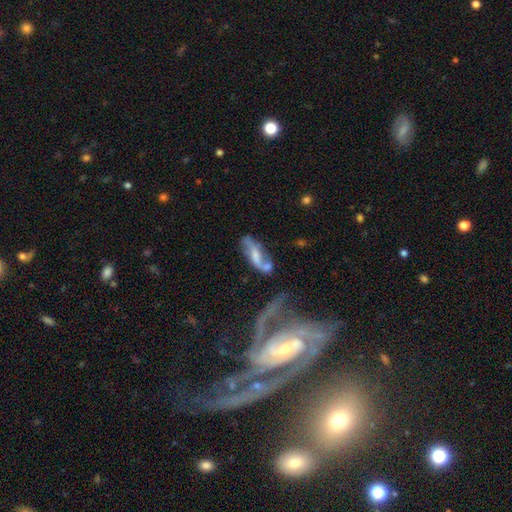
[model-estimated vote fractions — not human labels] smooth-or-featured: featured or disk: 64% | smooth: 29% | star or artifact: 7%
  disk-edge-on: no: 86% | yes: 14%
    bar: weak: 42% | no: 38% | strong: 20%
    has-spiral-arms: yes: 83% | no: 17%
    bulge-size: moderate: 37% | small: 29% | none: 23% | large: 9% | dominant: 2%
  merging: none: 45% | minor disturbance: 22% | merger: 18% | major disturbance: 15%